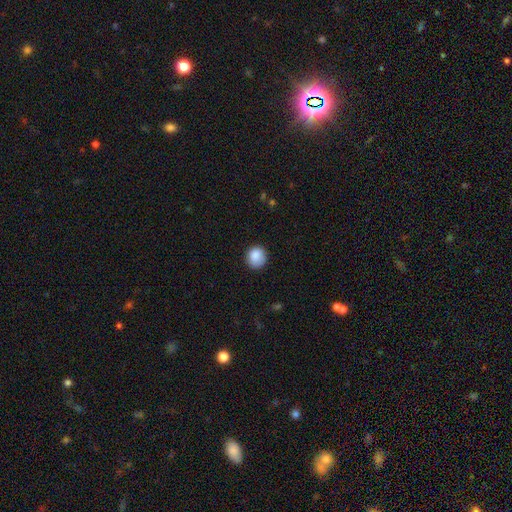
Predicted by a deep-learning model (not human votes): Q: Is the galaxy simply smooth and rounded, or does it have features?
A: smooth — 86%.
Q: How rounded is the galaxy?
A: round — 84%.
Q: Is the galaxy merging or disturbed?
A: none — 82%.